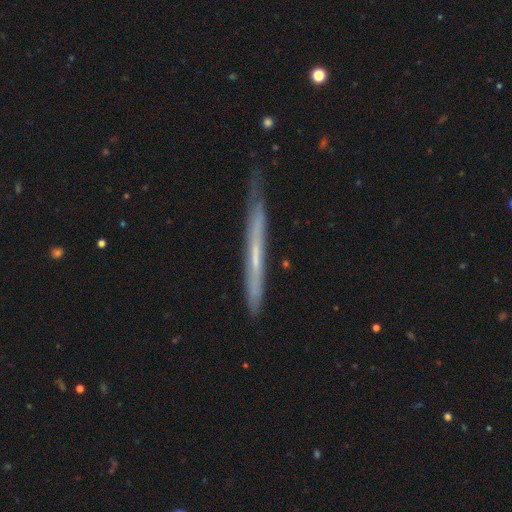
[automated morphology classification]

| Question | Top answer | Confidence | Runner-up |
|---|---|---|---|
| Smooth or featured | featured or disk | 56% | smooth (37%) |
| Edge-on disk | yes | 94% | no (6%) |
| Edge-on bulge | none | 86% | rounded (11%) |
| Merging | none | 73% | minor disturbance (22%) |